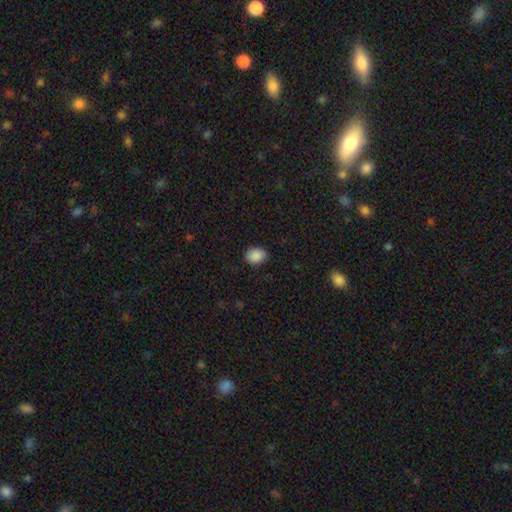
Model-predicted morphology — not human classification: This is clearly a smooth galaxy (89%). How rounded: likely in between (62%). Merging: clearly none (88%).